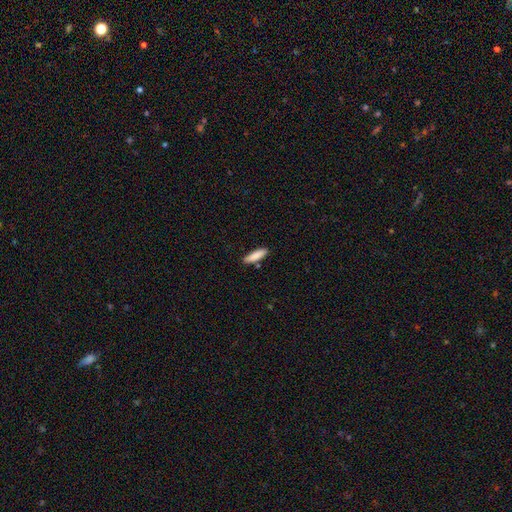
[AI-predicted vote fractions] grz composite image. It shows a smooth galaxy with no disk features (87%) that is cigar-shaped (68%). Merging: none (84%).